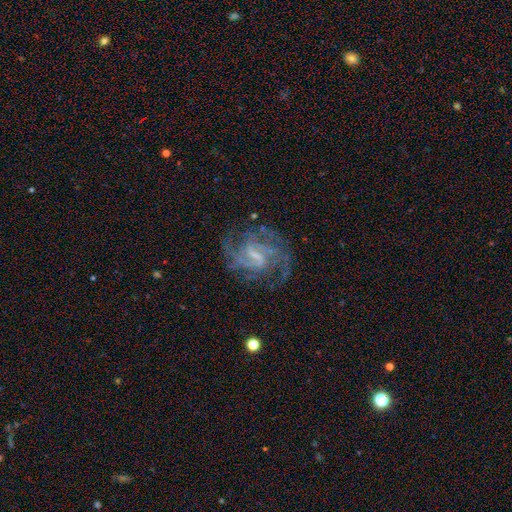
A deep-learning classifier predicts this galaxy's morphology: type=featured or disk (85%); edge-on=no (97%); bar=weak (53%); spiral arms=yes (94%); winding=medium (49%); arm count=2 (37%); bulge=small (44%); merging=none (69%).